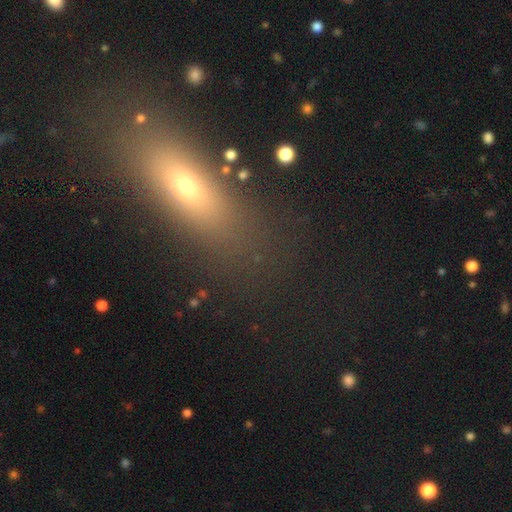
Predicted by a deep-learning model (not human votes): smooth_or_featured: smooth (p=0.59) [alt: star or artifact p=0.23]
how_rounded: in between (p=0.55) [alt: cigar-shaped p=0.36]
merging: none (p=0.81) [alt: minor disturbance p=0.10]